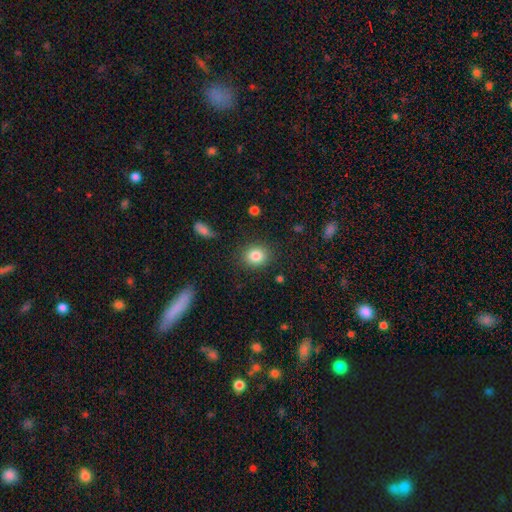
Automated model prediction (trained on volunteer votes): Smooth or featured? smooth (85%)
How rounded? round (73%)
Merging? none (87%)